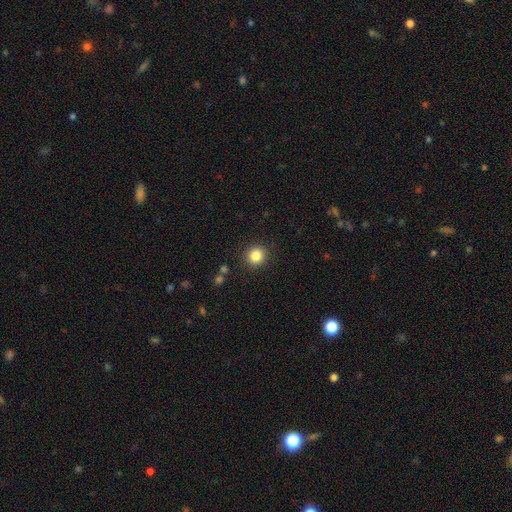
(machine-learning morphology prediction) A smooth galaxy with no disk features (84%) that is round (92%).

Vote fractions:
- Smooth or featured? smooth: 84% / star or artifact: 11% / featured or disk: 5%
- How rounded? round: 92% / in between: 7% / cigar-shaped: 1%
- Merging? none: 90% / minor disturbance: 6% / major disturbance: 2% / merger: 2%